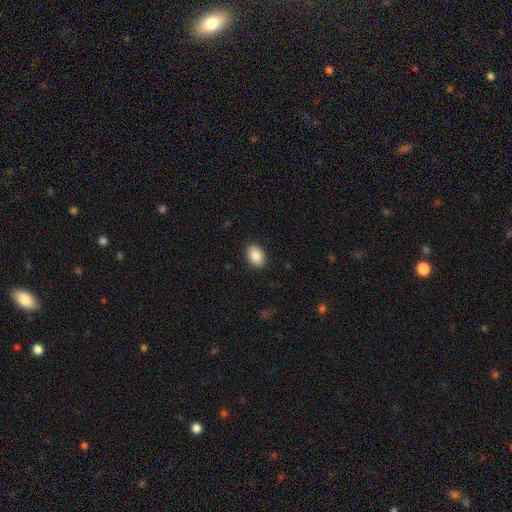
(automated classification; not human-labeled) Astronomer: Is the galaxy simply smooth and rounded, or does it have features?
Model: smooth — 86%.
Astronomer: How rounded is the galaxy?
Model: in between — 83%.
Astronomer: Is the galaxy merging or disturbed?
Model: none — 90%.